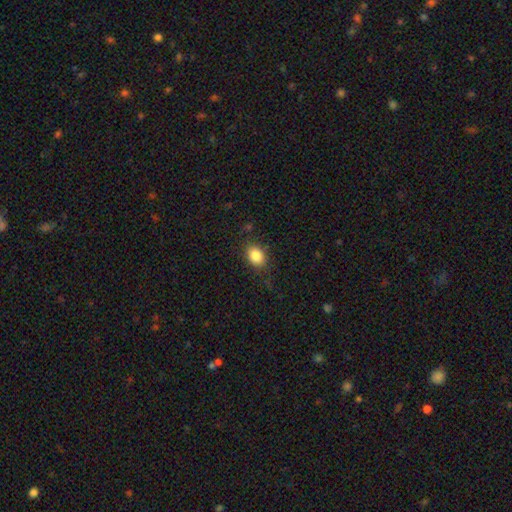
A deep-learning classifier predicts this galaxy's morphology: Smooth or featured? Predicted: smooth (p=0.85). How rounded? Predicted: in between (p=0.71). Merging? Predicted: none (p=0.82).